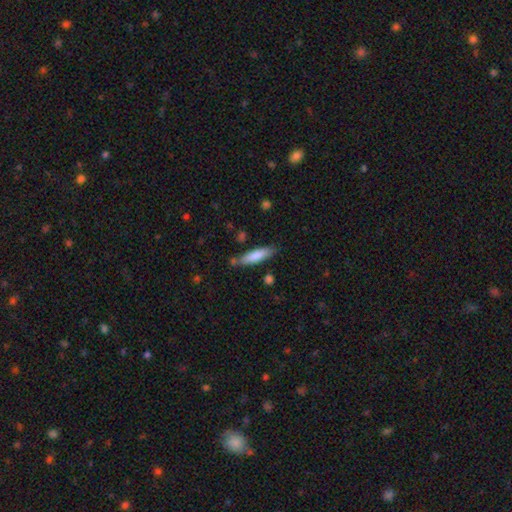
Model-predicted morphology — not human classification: smooth-or-featured: smooth: 79% | featured or disk: 15% | star or artifact: 6%
  how-rounded: cigar-shaped: 74% | in between: 24% | round: 1%
  merging: none: 77% | minor disturbance: 15% | merger: 5% | major disturbance: 3%